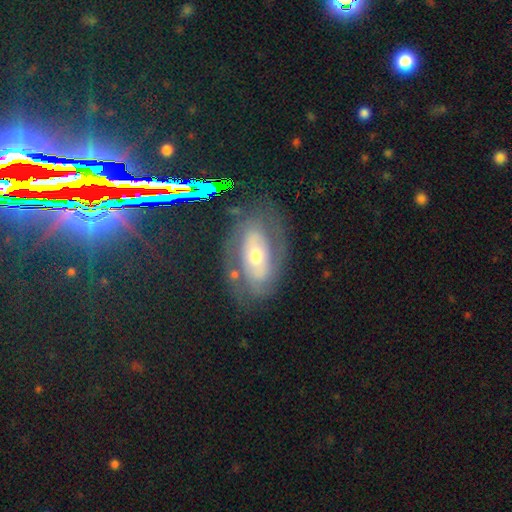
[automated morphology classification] Overall: featured or disk (65%). Edge-on disk: no (91%). Bar: no (55%; weak 26%). Spiral arms: yes (65%; no 35%). Bulge size: moderate (62%; small 29%). Merging: none (72%).